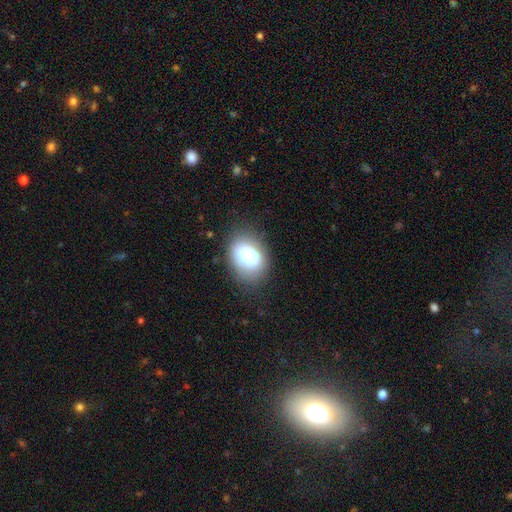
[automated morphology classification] type=smooth (74%); roundness=in between (71%); merging=none (60%).